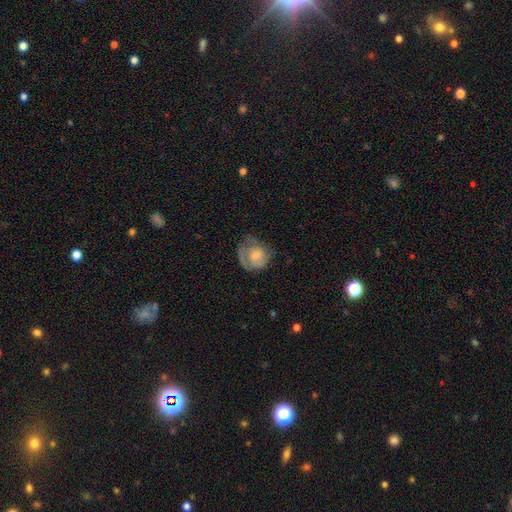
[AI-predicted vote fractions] smooth_or_featured: smooth (p=0.47) [alt: featured or disk p=0.45]
merging: none (p=0.48) [alt: minor disturbance p=0.27]